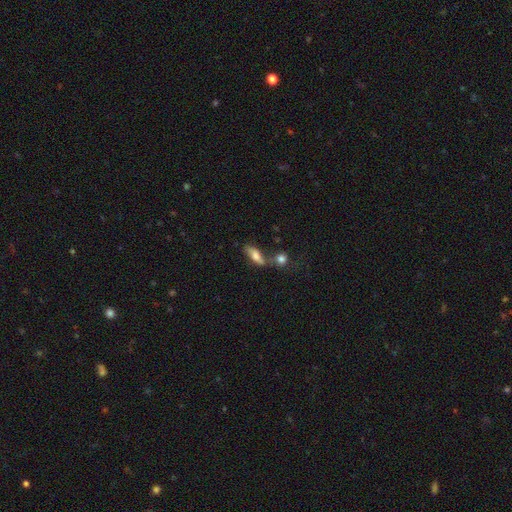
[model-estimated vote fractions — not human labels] Overall: smooth (62%; featured or disk 28%). How rounded: in between (67%). Merging: none (40%; merger 34%).